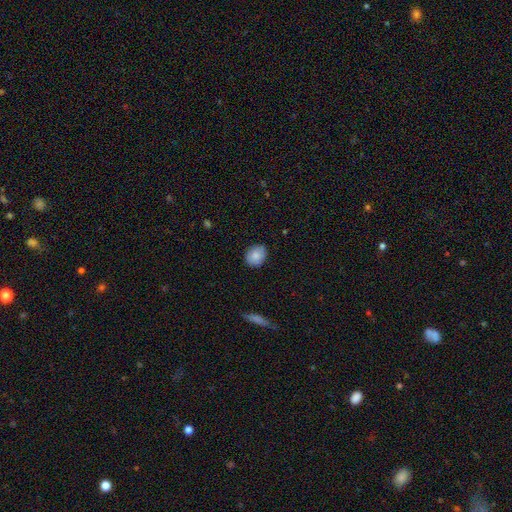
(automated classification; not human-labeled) The model was most divided on "how rounded": round: 52%, in between: 47%, cigar-shaped: 1%. More confident: merging — none (86%); smooth or featured — smooth (86%).